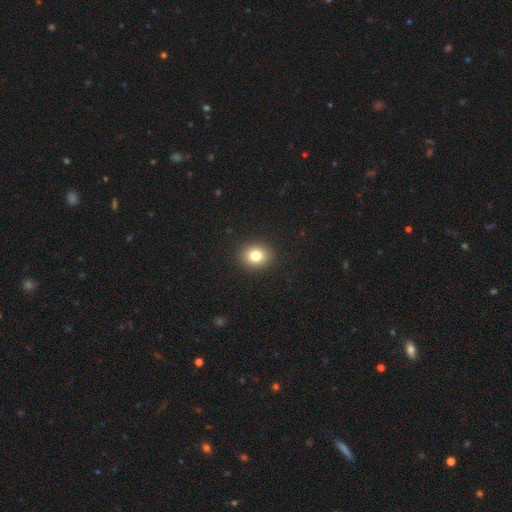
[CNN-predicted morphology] smooth_or_featured: smooth (p=0.80) [alt: star or artifact p=0.11]
how_rounded: round (p=0.67) [alt: in between p=0.32]
merging: none (p=0.91) [alt: minor disturbance p=0.06]